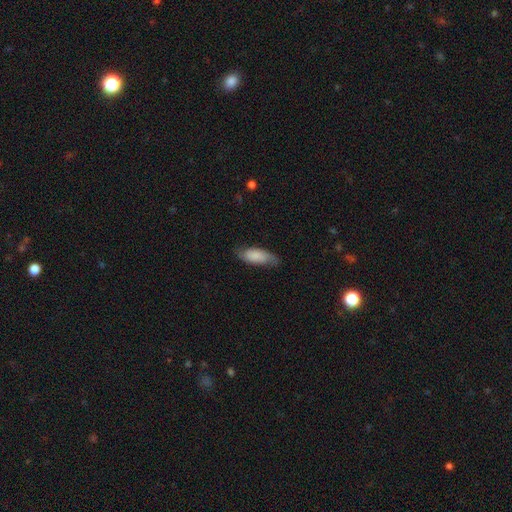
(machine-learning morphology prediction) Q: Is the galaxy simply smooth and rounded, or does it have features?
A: smooth — 64%.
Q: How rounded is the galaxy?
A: in between — 78%.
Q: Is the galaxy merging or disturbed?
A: none — 69%.